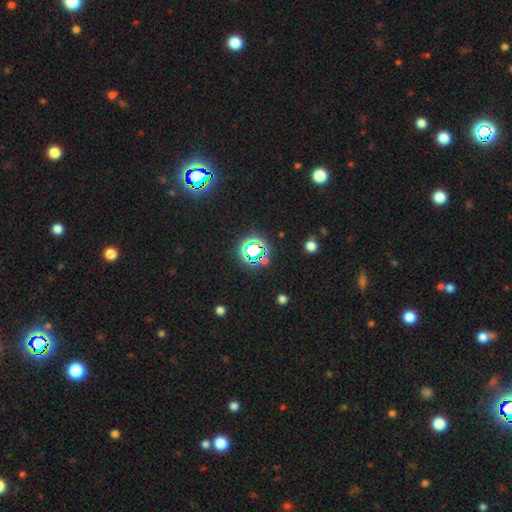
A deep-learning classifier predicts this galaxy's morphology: Smooth or featured? Predicted: star or artifact (p=0.75).